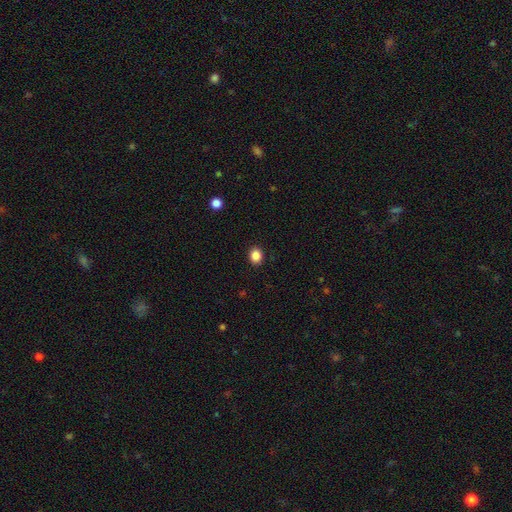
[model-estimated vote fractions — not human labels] This appears to be a smooth galaxy with no disk features (87%) that is round (60%). Merging: none (91%).